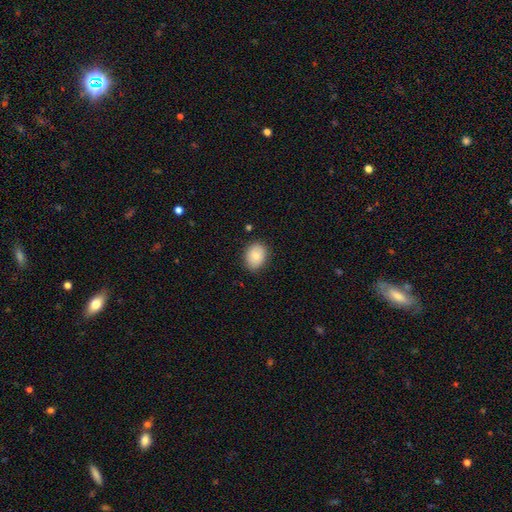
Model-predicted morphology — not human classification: smooth 80%, featured or disk 12%, star or artifact 8%. Down the decision tree: how rounded — in between (52%); merging — none (86%).